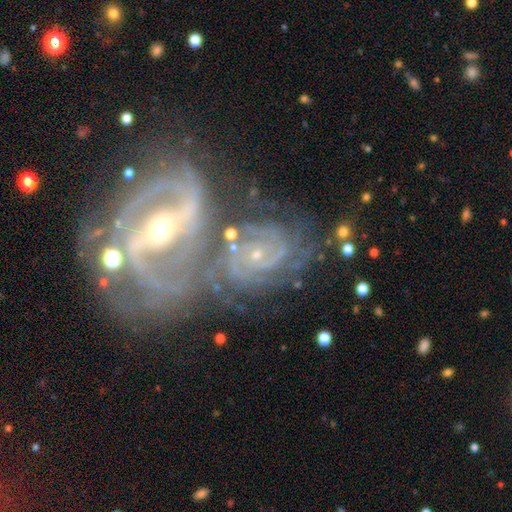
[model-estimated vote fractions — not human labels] Smooth or featured? featured or disk (87%)
Edge-on disk? no (96%)
Bar? strong (36%)
Spiral arms? yes (95%)
Spiral winding? tight (50%)
Spiral arm count? 2 (54%)
Bulge size? small (68%)
Merging? merger (52%)